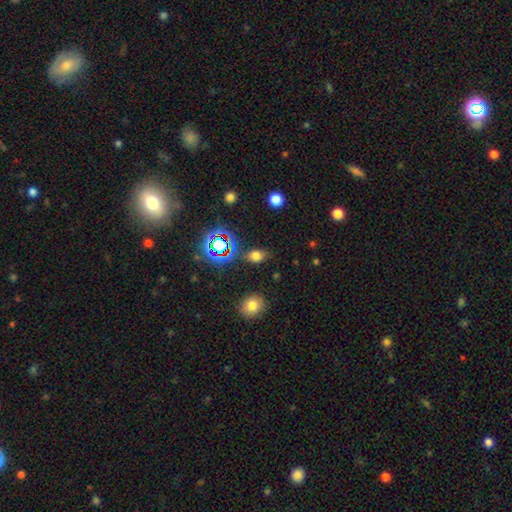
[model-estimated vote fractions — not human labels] smooth_or_featured: smooth (p=0.70) [alt: star or artifact p=0.23]
how_rounded: in between (p=0.76) [alt: round p=0.22]
merging: none (p=0.80) [alt: minor disturbance p=0.12]